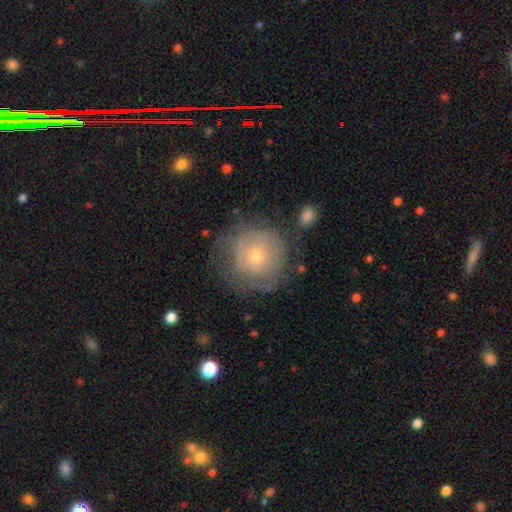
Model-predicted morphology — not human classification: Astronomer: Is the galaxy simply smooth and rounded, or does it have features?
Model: featured or disk — 50% (runner-up: smooth, 42%).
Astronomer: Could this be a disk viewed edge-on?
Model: no — 97%.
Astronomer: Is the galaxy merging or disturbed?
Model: none — 64%.